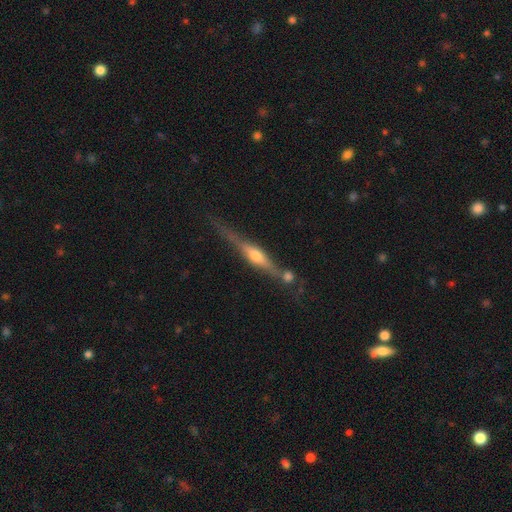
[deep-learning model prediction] Morphology: type=featured or disk (81%); edge-on=yes (97%); edge-on bulge=rounded (86%); merging=none (71%).